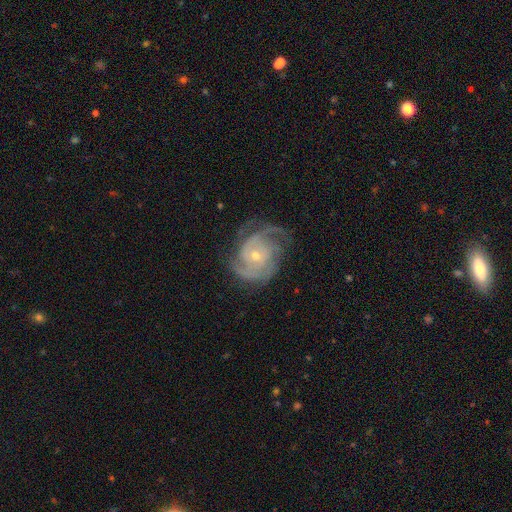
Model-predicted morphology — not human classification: smooth_or_featured: featured or disk (p=0.89) [alt: smooth p=0.06]
disk_edge_on: no (p=0.98) [alt: yes p=0.02]
bar: no (p=0.70) [alt: weak p=0.25]
has_spiral_arms: yes (p=0.97) [alt: no p=0.03]
spiral_winding: tight (p=0.55) [alt: medium p=0.37]
spiral_arm_count: 3 (p=0.37) [alt: 2 p=0.27]
bulge_size: small (p=0.61) [alt: moderate p=0.36]
merging: none (p=0.66) [alt: minor disturbance p=0.20]